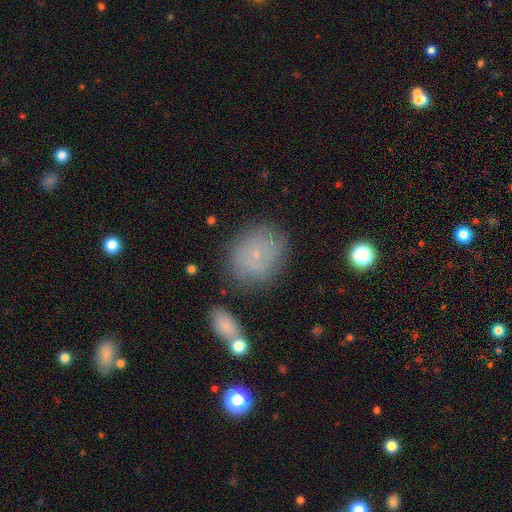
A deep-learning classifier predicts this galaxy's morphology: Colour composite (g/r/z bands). It shows a smooth galaxy with no disk features (60%) that is round (66%). Merging: none (74%).